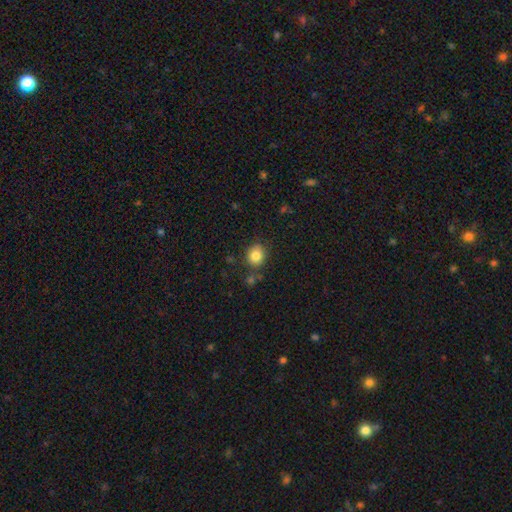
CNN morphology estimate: The model was most divided on "how rounded": round: 74%, in between: 25%, cigar-shaped: 1%. More confident: smooth or featured — smooth (83%); merging — none (78%).